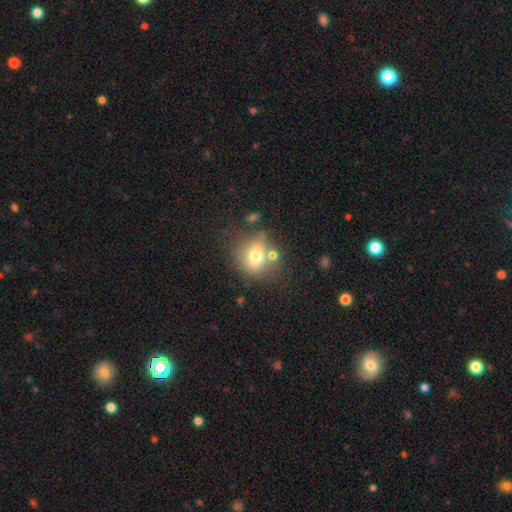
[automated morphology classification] smooth 70%, featured or disk 18%, star or artifact 12%. Down the decision tree: how rounded — round (72%); merging — none (60%).